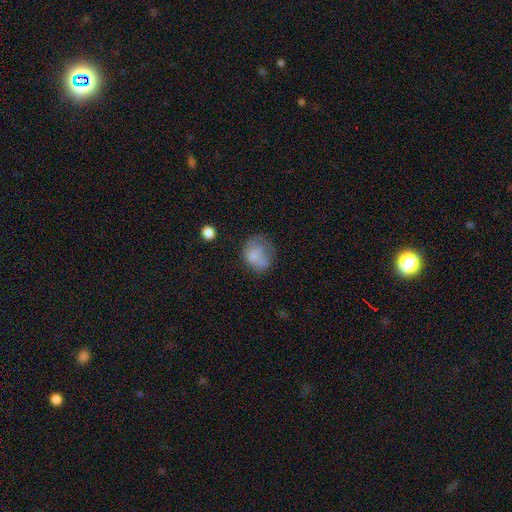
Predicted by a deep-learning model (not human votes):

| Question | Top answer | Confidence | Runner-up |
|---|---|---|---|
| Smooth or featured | smooth | 72% | featured or disk (18%) |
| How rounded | round | 59% | in between (40%) |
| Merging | none | 43% | minor disturbance (29%) |